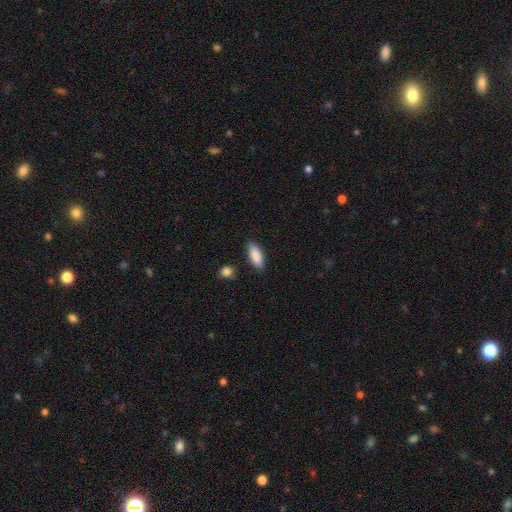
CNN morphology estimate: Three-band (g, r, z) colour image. It shows a smooth galaxy with no disk features (89%) that is in between round and cigar-shaped (74%). Merging: none (86%).